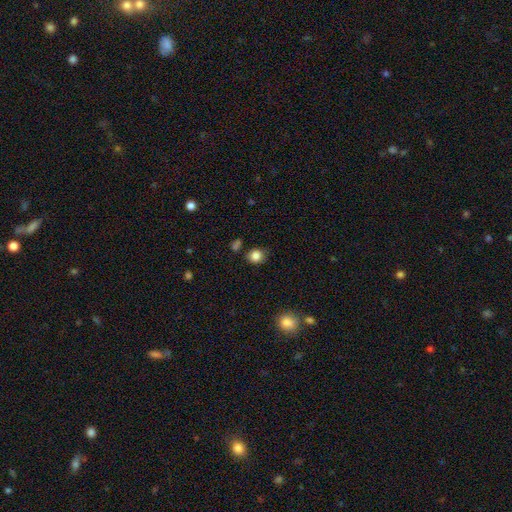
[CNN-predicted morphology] smooth-or-featured: smooth: 85% | star or artifact: 11% | featured or disk: 5%
  how-rounded: round: 75% | in between: 25% | cigar-shaped: 1%
  merging: none: 78% | minor disturbance: 15% | merger: 4% | major disturbance: 3%